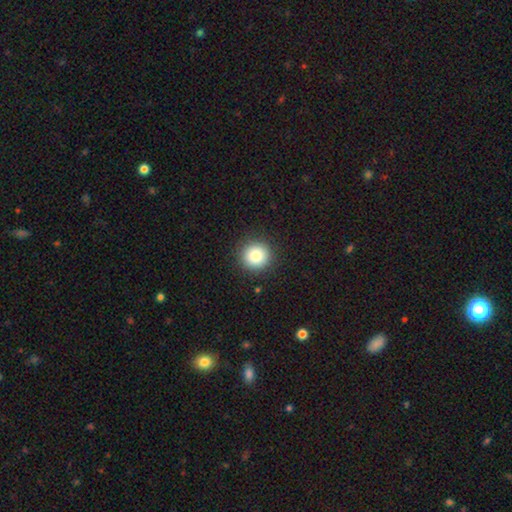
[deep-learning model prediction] A smooth galaxy with no disk features (83%) that is round (95%). Merging: none (92%).